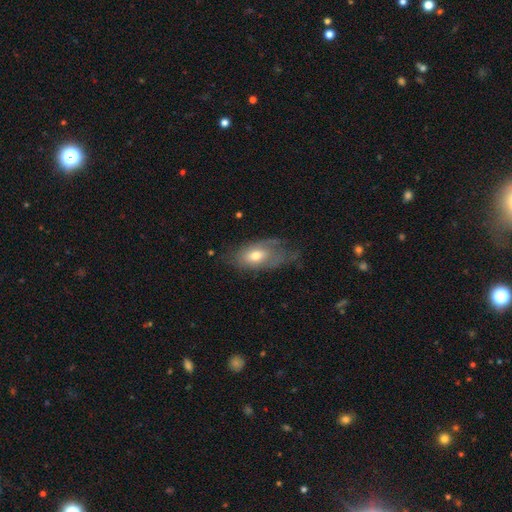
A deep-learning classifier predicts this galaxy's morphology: The model was most divided on "merging": none: 44%, minor disturbance: 32%, major disturbance: 22%, merger: 2%. More confident: how rounded — in between (88%); smooth or featured — smooth (56%).